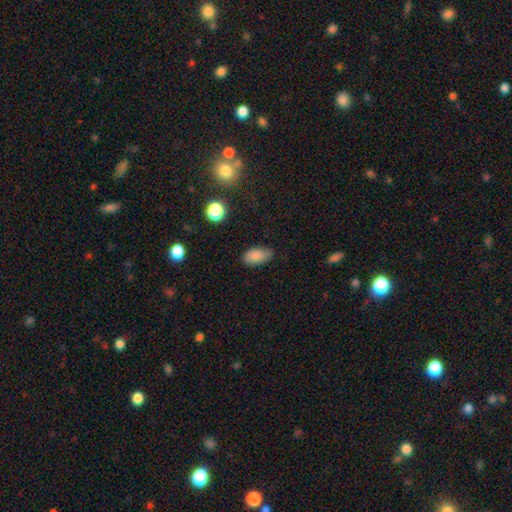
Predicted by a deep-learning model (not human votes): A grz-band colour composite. It shows a smooth galaxy with no disk features (85%) that is in between round and cigar-shaped (92%). Merging: none (70%).